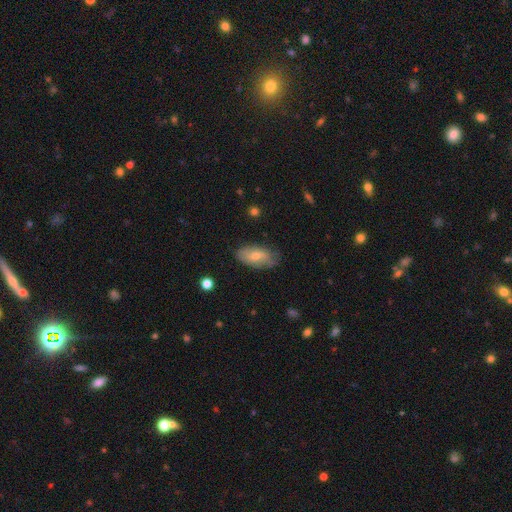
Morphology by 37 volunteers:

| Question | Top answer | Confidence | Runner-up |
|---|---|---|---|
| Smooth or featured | smooth | 73% | featured or disk (19%) |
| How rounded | in between | 93% | round (4%) |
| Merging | none | 79% | minor disturbance (18%) |